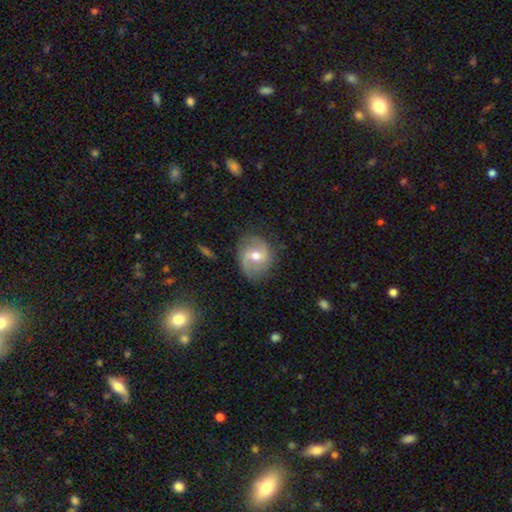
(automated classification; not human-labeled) smooth_or_featured: featured or disk (p=0.72) [alt: smooth p=0.21]
disk_edge_on: no (p=0.97) [alt: yes p=0.03]
bar: weak (p=0.51) [alt: no p=0.33]
has_spiral_arms: yes (p=0.91) [alt: no p=0.09]
spiral_winding: medium (p=0.43) [alt: loose p=0.36]
spiral_arm_count: 2 (p=0.81) [alt: can't tell p=0.08]
bulge_size: moderate (p=0.75) [alt: small p=0.18]
merging: none (p=0.77) [alt: minor disturbance p=0.17]